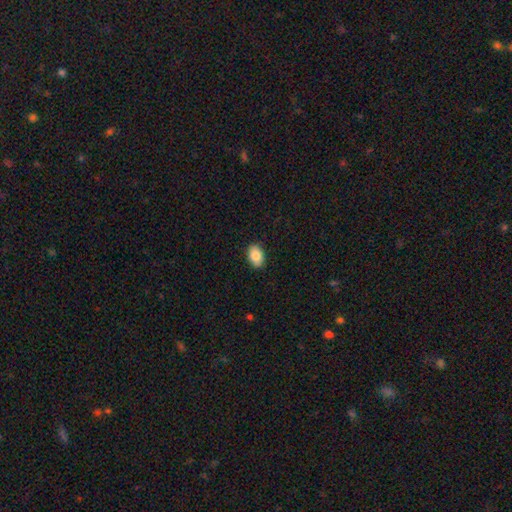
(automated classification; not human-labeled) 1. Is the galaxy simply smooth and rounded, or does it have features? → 86% smooth, 7% star or artifact, 7% featured or disk.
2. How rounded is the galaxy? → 89% in between, 10% round, 1% cigar-shaped.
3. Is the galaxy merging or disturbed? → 90% none, 7% minor disturbance, 2% major disturbance, 1% merger.